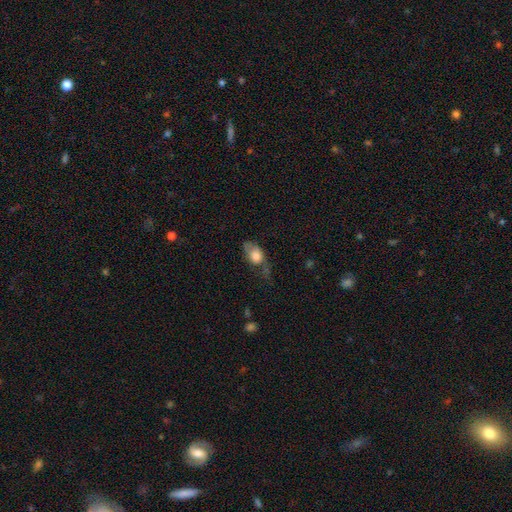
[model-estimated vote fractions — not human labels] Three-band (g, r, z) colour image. It shows a smooth galaxy with no disk features (72%) that is in between round and cigar-shaped (74%). Merging: major disturbance (34%).